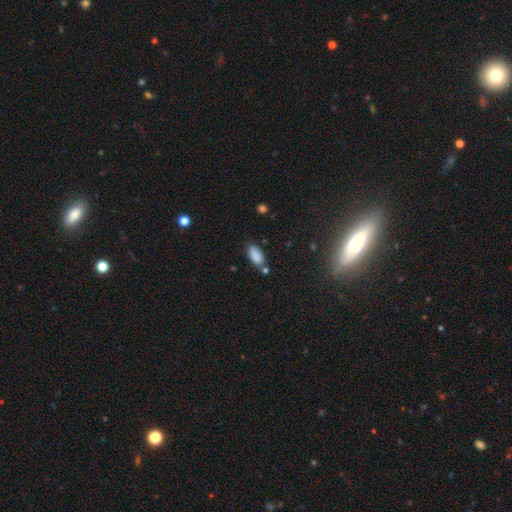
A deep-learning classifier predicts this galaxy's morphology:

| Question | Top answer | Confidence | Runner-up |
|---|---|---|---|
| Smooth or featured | smooth | 86% | star or artifact (9%) |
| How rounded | in between | 92% | cigar-shaped (6%) |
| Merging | none | 67% | minor disturbance (17%) |